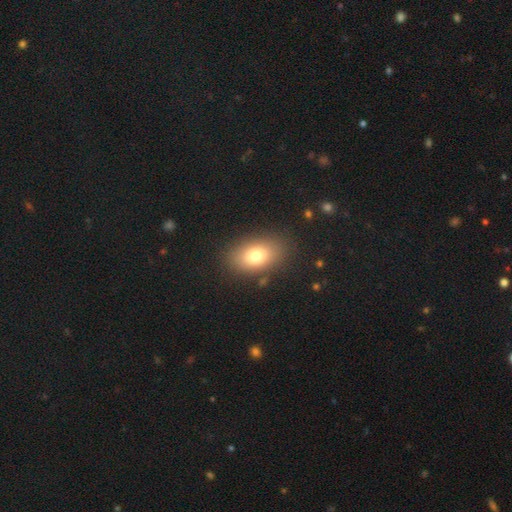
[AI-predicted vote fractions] Q: Smooth or featured?
A: smooth (78%); runner-up: featured or disk (13%)
Q: How rounded?
A: in between (88%); runner-up: round (10%)
Q: Merging?
A: none (85%); runner-up: minor disturbance (10%)